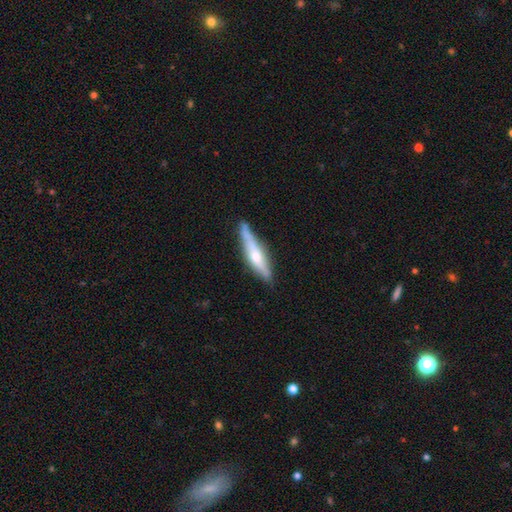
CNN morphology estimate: This appears to be a featured or disk galaxy (51%) viewed edge-on (86%). Merging: none (69%).